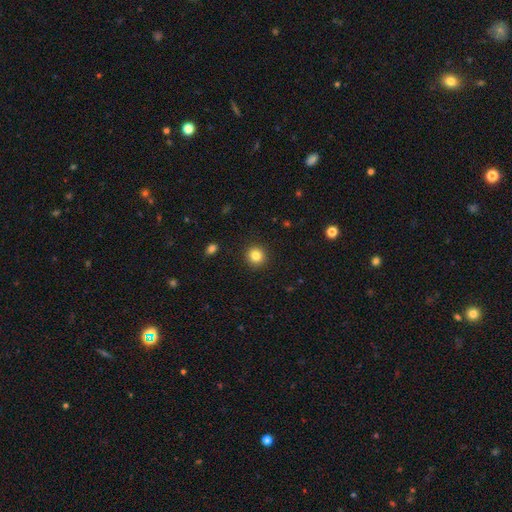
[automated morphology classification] A smooth galaxy with no disk features (83%) that is round (93%). Merging: none (92%).